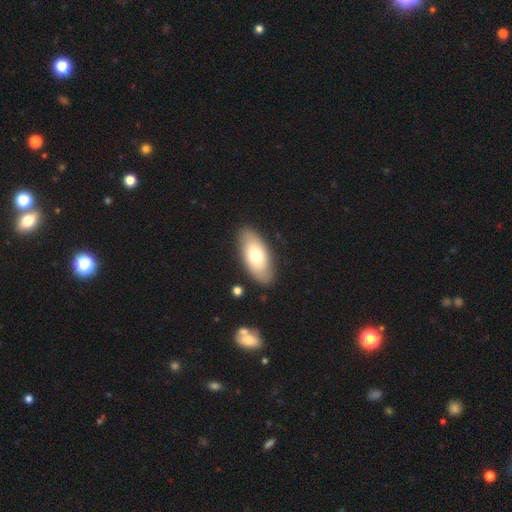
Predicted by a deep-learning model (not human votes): smooth_or_featured: smooth (p=0.67) [alt: featured or disk p=0.27]
how_rounded: in between (p=0.90) [alt: cigar-shaped p=0.07]
merging: none (p=0.86) [alt: minor disturbance p=0.10]